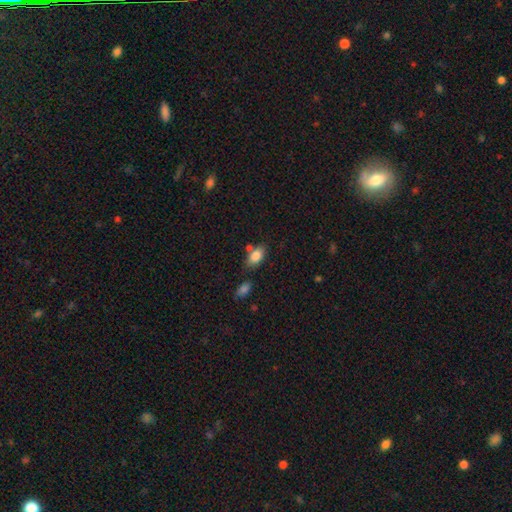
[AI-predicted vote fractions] A smooth galaxy with no disk features (83%) that is in between round and cigar-shaped (90%).

Vote fractions:
- Smooth or featured? smooth: 83% / featured or disk: 9% / star or artifact: 8%
- How rounded? in between: 90% / round: 7% / cigar-shaped: 3%
- Merging? none: 64% / minor disturbance: 16% / merger: 16% / major disturbance: 4%